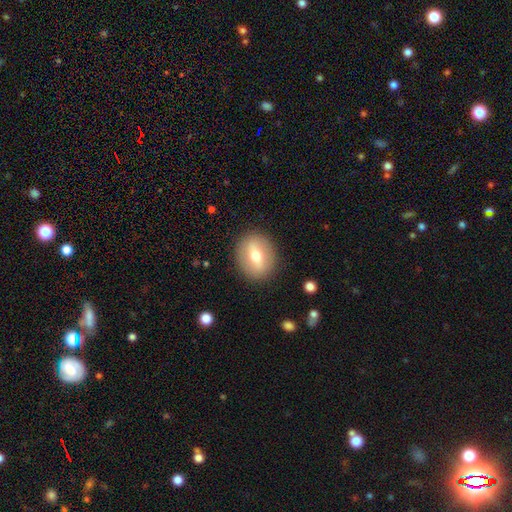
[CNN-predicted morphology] This is possibly a smooth galaxy (54%). How rounded: possibly round (59%). Merging: clearly none (88%).